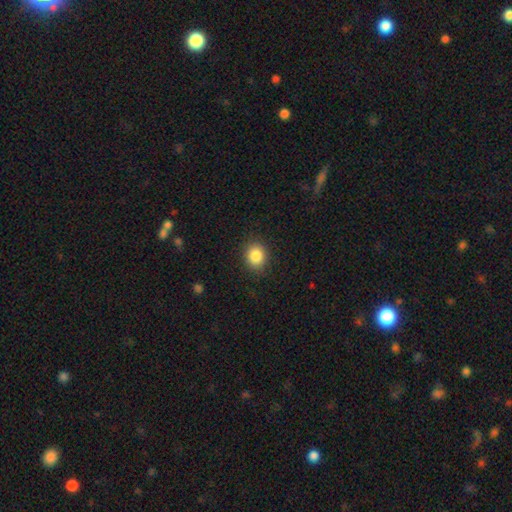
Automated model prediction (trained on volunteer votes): This is clearly a smooth galaxy (86%). How rounded: possibly round (60%). Merging: clearly none (88%).